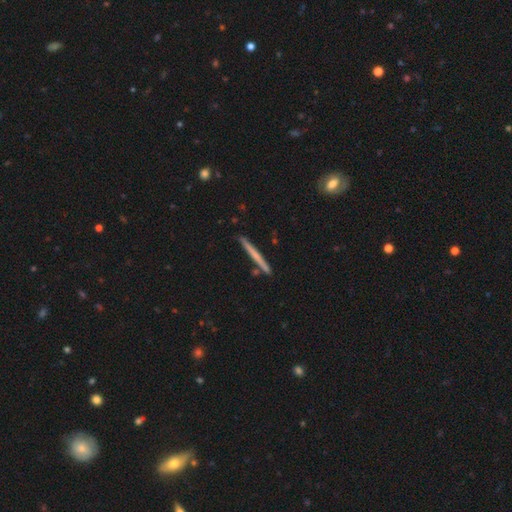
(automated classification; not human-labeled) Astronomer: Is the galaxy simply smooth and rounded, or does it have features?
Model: smooth — 51% (runner-up: featured or disk, 44%).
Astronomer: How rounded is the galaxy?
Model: cigar-shaped — 97%.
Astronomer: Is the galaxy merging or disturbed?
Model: none — 88%.